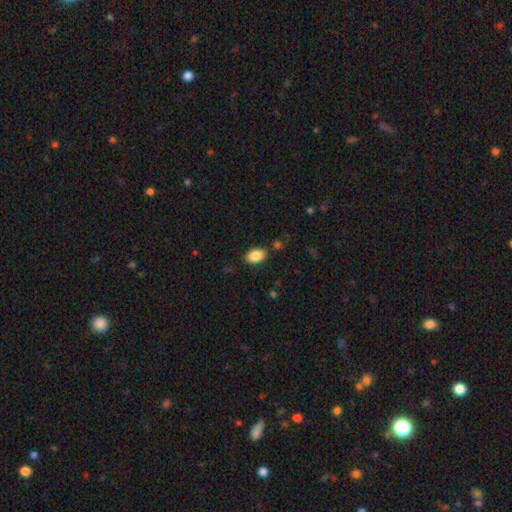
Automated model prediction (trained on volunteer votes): A smooth galaxy with no disk features (87%) that is in between round and cigar-shaped (89%). Merging: none (83%).